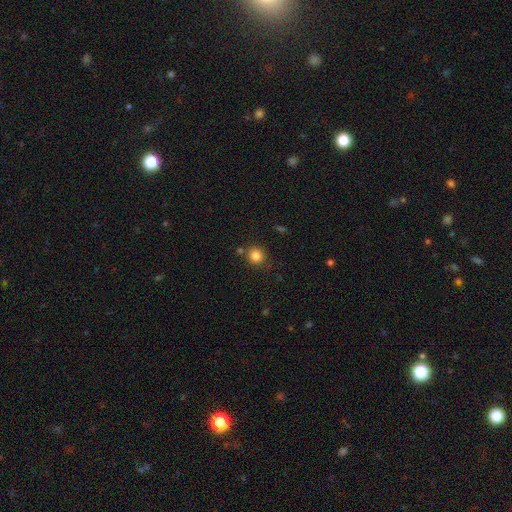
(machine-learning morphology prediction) Smooth or featured? Predicted: smooth (p=0.84). How rounded? Predicted: round (p=0.89). Merging? Predicted: none (p=0.80).